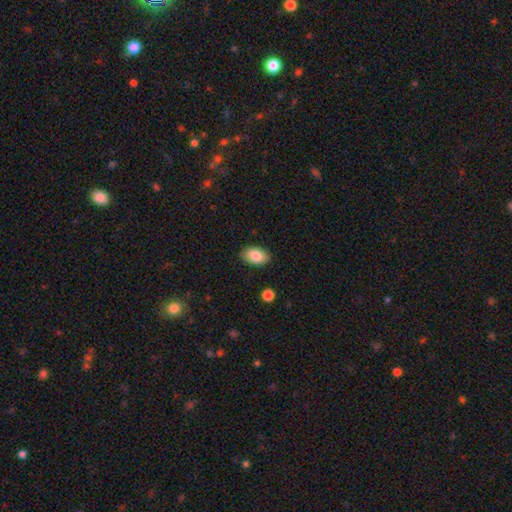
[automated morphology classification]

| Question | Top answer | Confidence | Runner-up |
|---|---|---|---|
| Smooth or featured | smooth | 86% | star or artifact (7%) |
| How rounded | in between | 91% | round (7%) |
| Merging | none | 86% | minor disturbance (11%) |